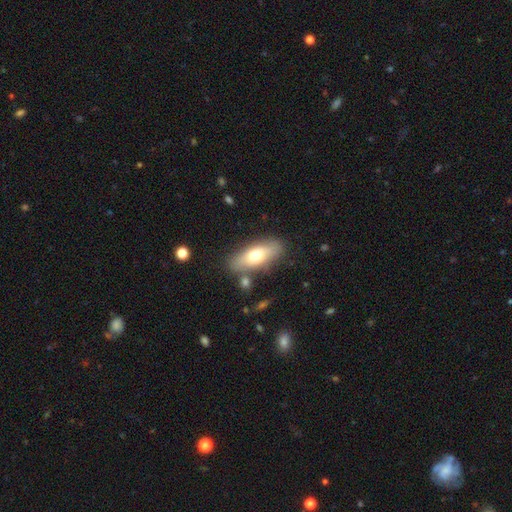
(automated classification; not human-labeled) Smooth or featured? Predicted: smooth (p=0.64). How rounded? Predicted: in between (p=0.74). Merging? Predicted: none (p=0.79).